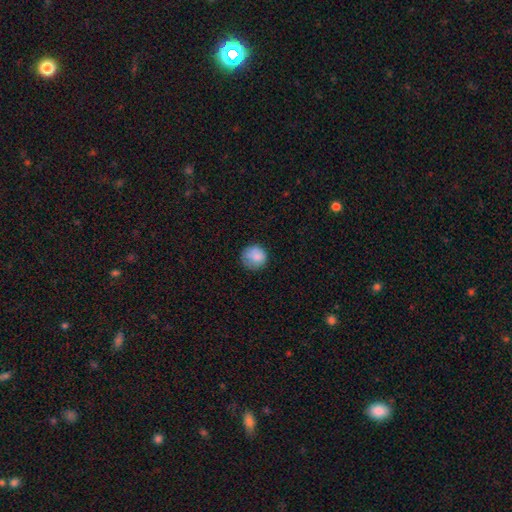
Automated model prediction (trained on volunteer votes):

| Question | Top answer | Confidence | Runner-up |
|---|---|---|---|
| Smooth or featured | smooth | 84% | star or artifact (8%) |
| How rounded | round | 89% | in between (10%) |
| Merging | none | 73% | minor disturbance (20%) |